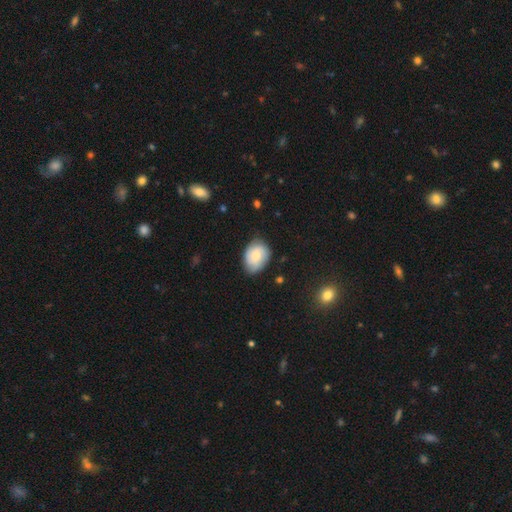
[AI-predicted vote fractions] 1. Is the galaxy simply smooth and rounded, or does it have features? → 59% smooth, 34% featured or disk, 7% star or artifact.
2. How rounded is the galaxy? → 64% in between, 35% round, 1% cigar-shaped.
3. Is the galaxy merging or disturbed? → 70% none, 24% minor disturbance, 4% major disturbance, 1% merger.